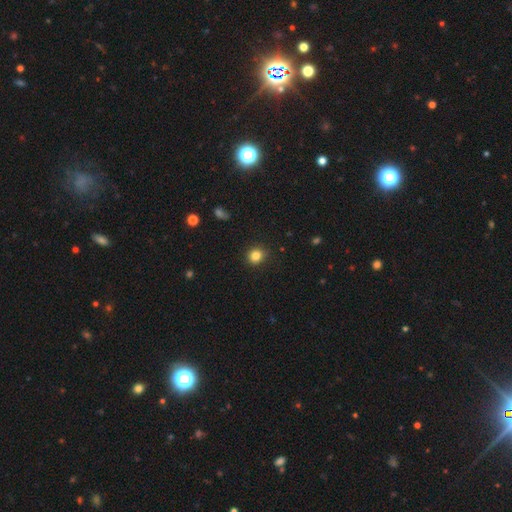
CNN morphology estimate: A smooth galaxy with no disk features (85%) that is round (81%).

Vote fractions:
- Smooth or featured? smooth: 85% / star or artifact: 11% / featured or disk: 4%
- How rounded? round: 81% / in between: 18% / cigar-shaped: 1%
- Merging? none: 88% / minor disturbance: 9% / major disturbance: 2% / merger: 1%